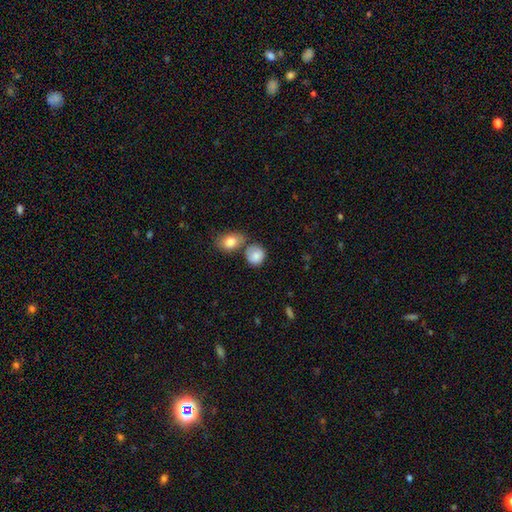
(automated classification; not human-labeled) Smooth or featured? smooth (85%)
How rounded? round (76%)
Merging? none (58%)